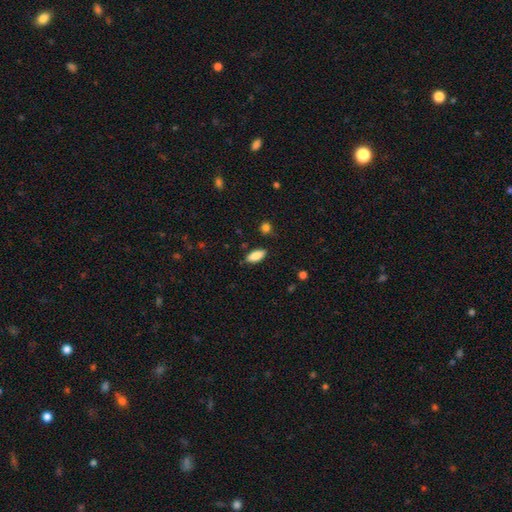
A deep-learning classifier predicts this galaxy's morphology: This is clearly a smooth galaxy (86%). How rounded: clearly in between (84%). Merging: clearly none (84%).